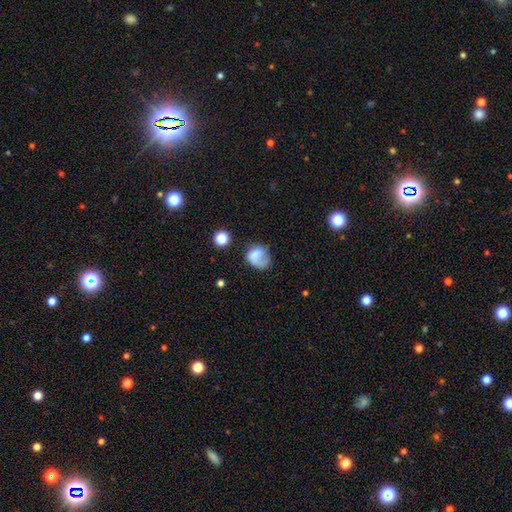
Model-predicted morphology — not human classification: smooth 66%, featured or disk 24%, star or artifact 10%. Down the decision tree: how rounded — round (59%); merging — none (46%).